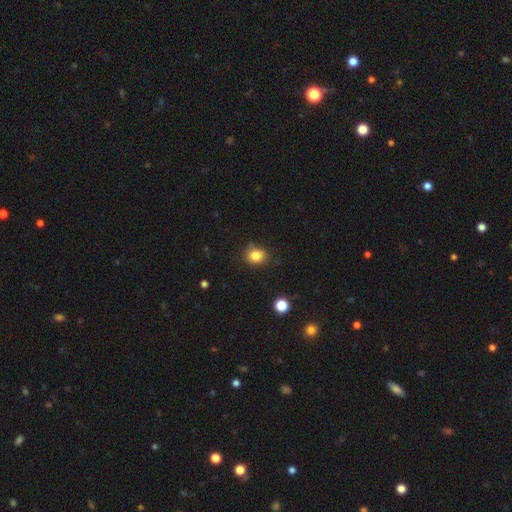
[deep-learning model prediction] Q: Smooth or featured?
A: smooth (83%); runner-up: star or artifact (11%)
Q: How rounded?
A: round (63%); runner-up: in between (36%)
Q: Merging?
A: none (76%); runner-up: minor disturbance (18%)